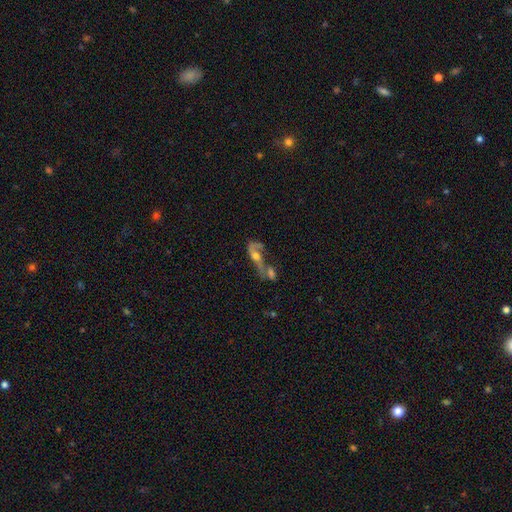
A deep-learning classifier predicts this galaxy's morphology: smooth-or-featured: featured or disk: 63% | smooth: 26% | star or artifact: 11%
  disk-edge-on: no: 82% | yes: 18%
    bar: no: 68% | weak: 24% | strong: 8%
    has-spiral-arms: yes: 66% | no: 34%
    bulge-size: moderate: 55% | small: 24% | large: 12% | none: 8% | dominant: 2%
  merging: merger: 57% | none: 18% | major disturbance: 17% | minor disturbance: 9%